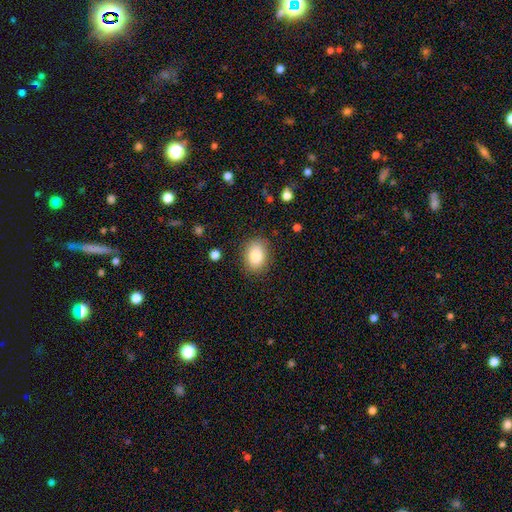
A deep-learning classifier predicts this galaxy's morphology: smooth_or_featured: smooth (p=0.86) [alt: star or artifact p=0.08]
how_rounded: in between (p=0.78) [alt: round p=0.21]
merging: none (p=0.84) [alt: minor disturbance p=0.11]